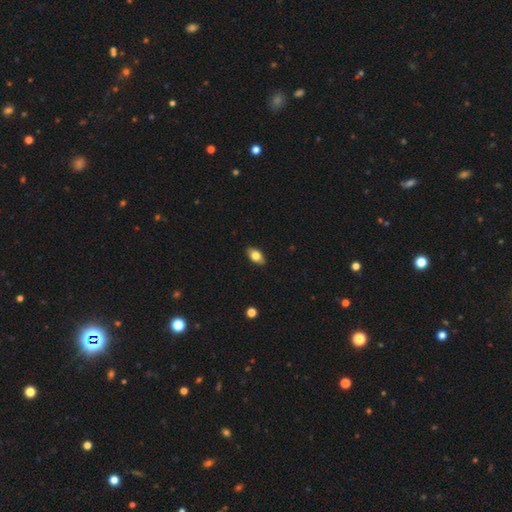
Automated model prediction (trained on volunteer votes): Smooth or featured?
  - smooth: 79% *
  - featured or disk: 14%
  - star or artifact: 7%
How rounded?
  - in between: 90% *
  - round: 6%
  - cigar-shaped: 3%
Merging?
  - none: 88% *
  - minor disturbance: 9%
  - major disturbance: 2%
  - merger: 1%